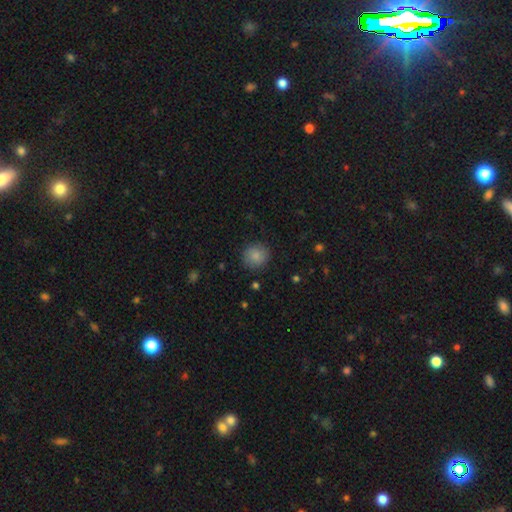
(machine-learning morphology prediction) Smooth or featured? smooth (86%)
How rounded? round (90%)
Merging? none (88%)